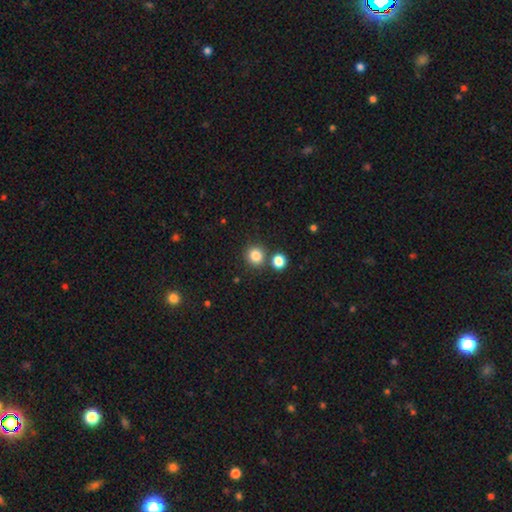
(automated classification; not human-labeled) smooth 83%, star or artifact 12%, featured or disk 5%. Down the decision tree: how rounded — round (90%); merging — none (78%).